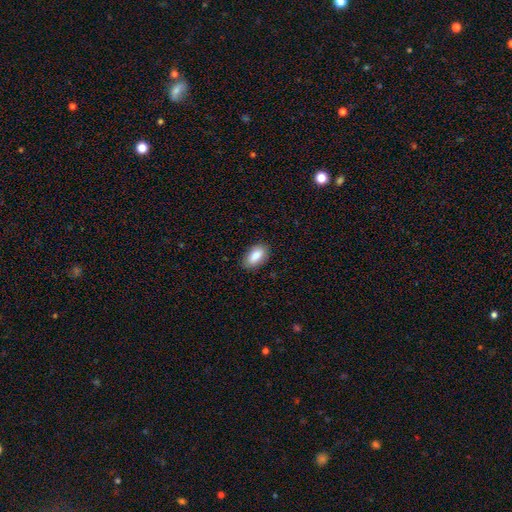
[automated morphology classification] type=smooth (86%); roundness=in between (93%); merging=none (86%).